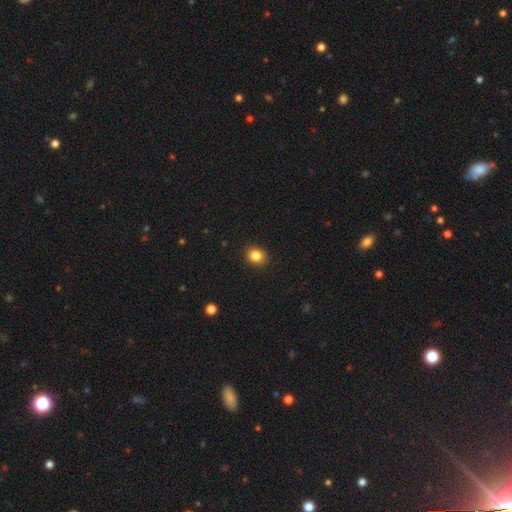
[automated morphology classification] Smooth or featured?
  - smooth: 84% *
  - star or artifact: 11%
  - featured or disk: 5%
How rounded?
  - round: 77% *
  - in between: 22%
  - cigar-shaped: 1%
Merging?
  - none: 91% *
  - minor disturbance: 6%
  - major disturbance: 2%
  - merger: 1%